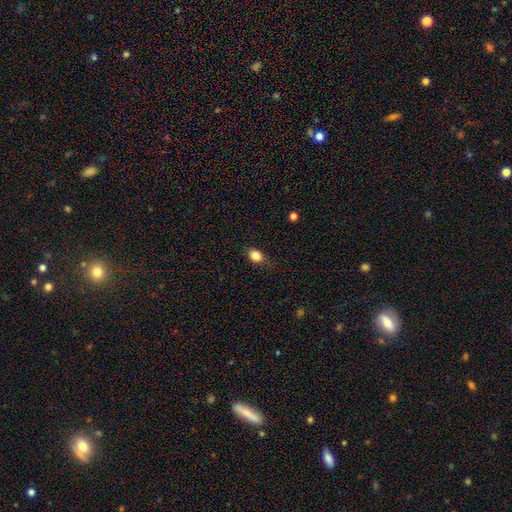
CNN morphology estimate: Smooth or featured? Predicted: smooth (p=0.84). How rounded? Predicted: in between (p=0.63). Merging? Predicted: none (p=0.76).